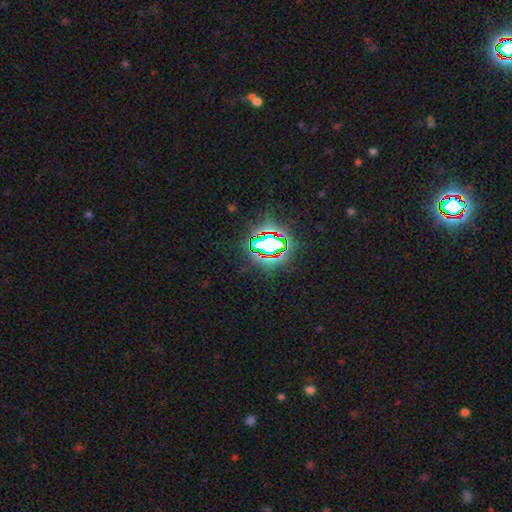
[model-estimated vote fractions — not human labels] Smooth or featured? star or artifact (81%)